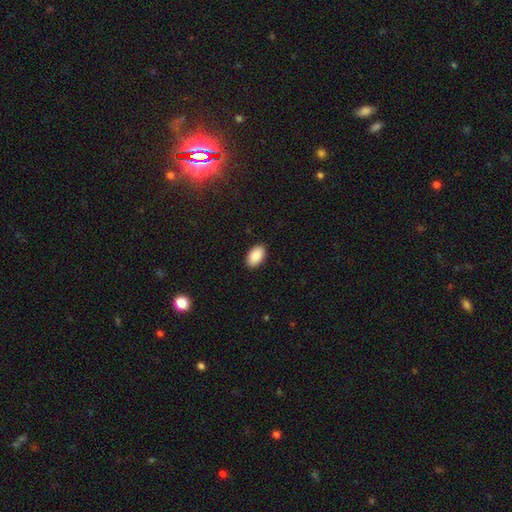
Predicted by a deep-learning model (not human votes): smooth 90%, star or artifact 6%, featured or disk 4%. Down the decision tree: how rounded — in between (95%); merging — none (90%).